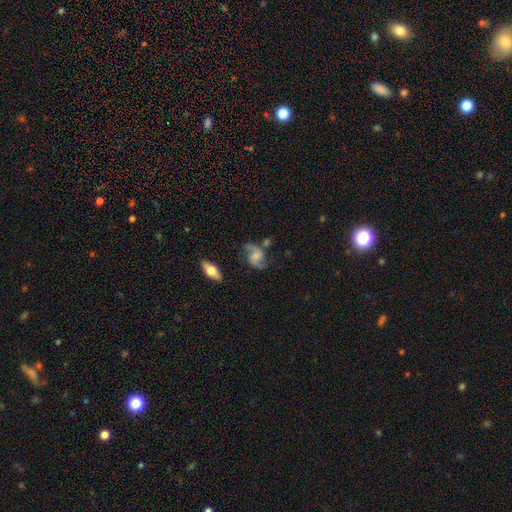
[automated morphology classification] Smooth or featured: featured or disk — 81% (smooth — 13%)
Edge-on disk: no — 97% (yes — 3%)
Bar: no — 57% (weak — 35%)
Spiral arms: yes — 95% (no — 5%)
Spiral winding: loose — 51% (medium — 40%)
Spiral arm count: 2 — 92% (can't tell — 3%)
Bulge size: small — 39% (moderate — 29%)
Merging: none — 64% (minor disturbance — 20%)